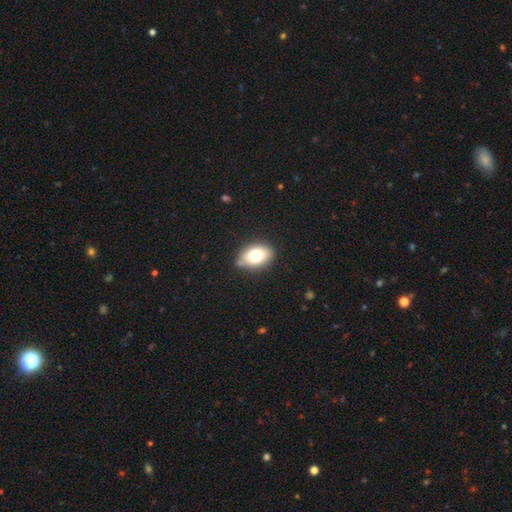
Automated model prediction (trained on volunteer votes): Smooth or featured: smooth — 76% (featured or disk — 15%)
How rounded: in between — 88% (round — 11%)
Merging: none — 79% (minor disturbance — 16%)